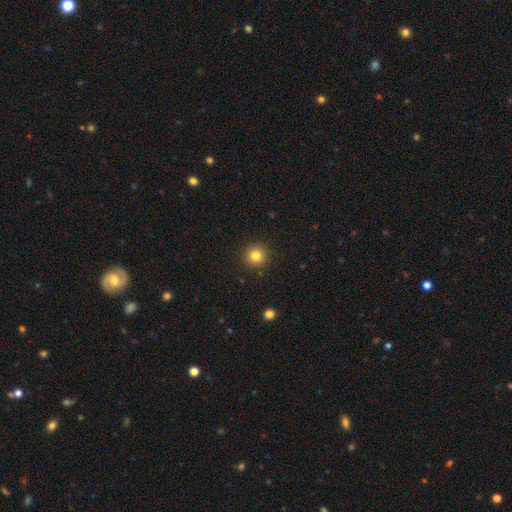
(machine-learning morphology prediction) A smooth galaxy with no disk features (81%) that is round (95%).

Vote fractions:
- Smooth or featured? smooth: 81% / star or artifact: 12% / featured or disk: 7%
- How rounded? round: 95% / in between: 4% / cigar-shaped: 1%
- Merging? none: 92% / minor disturbance: 5% / major disturbance: 2% / merger: 1%